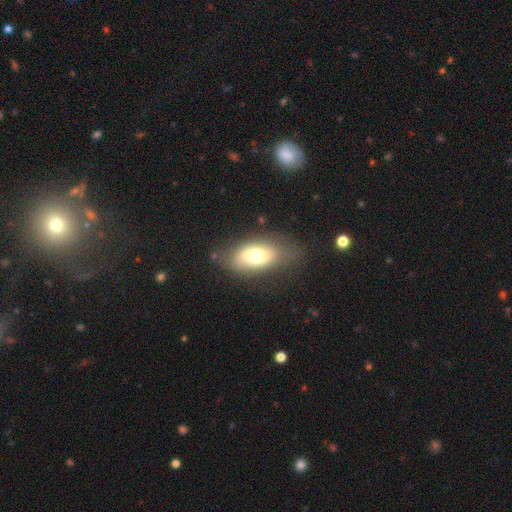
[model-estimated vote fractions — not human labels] Overall: smooth (61%; featured or disk 30%). How rounded: in between (88%). Merging: none (64%).